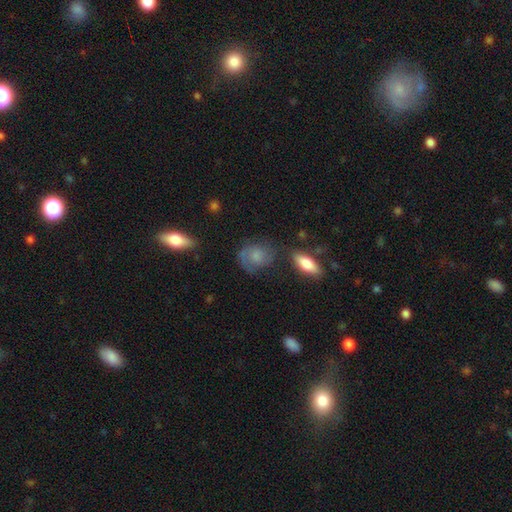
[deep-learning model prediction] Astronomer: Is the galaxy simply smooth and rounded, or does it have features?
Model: smooth — 53% (runner-up: featured or disk, 36%).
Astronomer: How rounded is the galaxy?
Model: round — 52% (runner-up: in between, 46%).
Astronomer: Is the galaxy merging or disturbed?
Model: none — 56%.